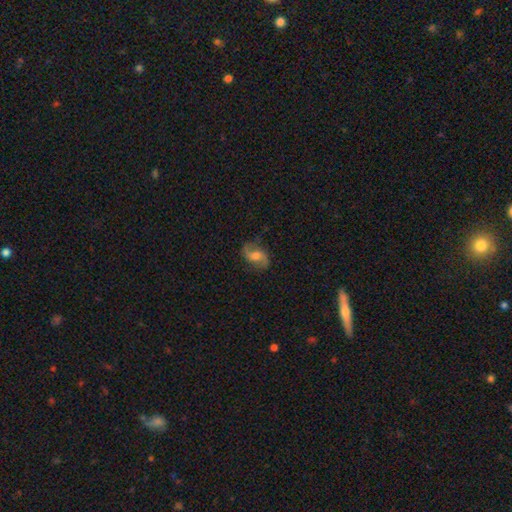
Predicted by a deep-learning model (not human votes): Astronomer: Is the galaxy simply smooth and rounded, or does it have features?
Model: featured or disk — 78%.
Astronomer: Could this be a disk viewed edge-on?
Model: no — 97%.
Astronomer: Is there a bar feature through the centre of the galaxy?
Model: no — 47% (runner-up: weak, 43%).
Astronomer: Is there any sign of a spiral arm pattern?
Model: yes — 95%.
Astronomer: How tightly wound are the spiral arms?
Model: loose — 61%.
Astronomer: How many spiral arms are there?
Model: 2 — 92%.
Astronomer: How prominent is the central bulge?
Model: moderate — 56%.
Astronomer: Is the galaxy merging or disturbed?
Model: none — 78%.